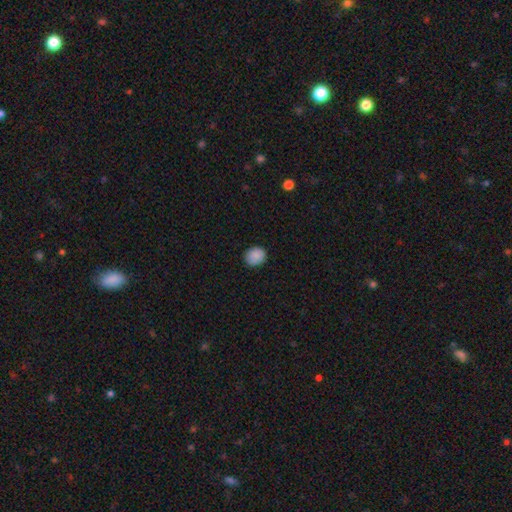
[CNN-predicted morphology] Smooth or featured?
  - smooth: 89% *
  - star or artifact: 8%
  - featured or disk: 3%
How rounded?
  - round: 74% *
  - in between: 25%
  - cigar-shaped: 1%
Merging?
  - none: 87% *
  - minor disturbance: 10%
  - major disturbance: 2%
  - merger: 1%